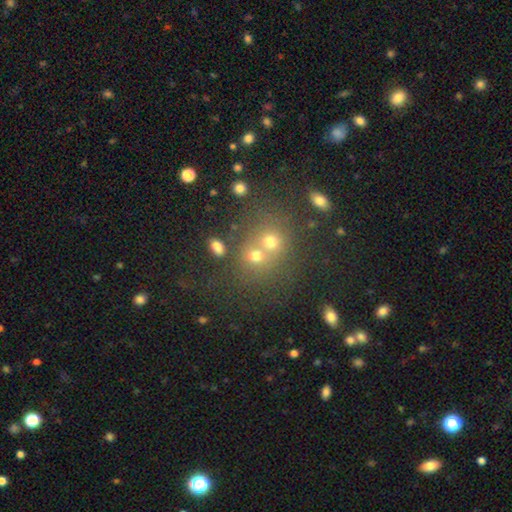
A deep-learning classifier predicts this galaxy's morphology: type=smooth (67%); roundness=round (72%); merging=merger (46%).